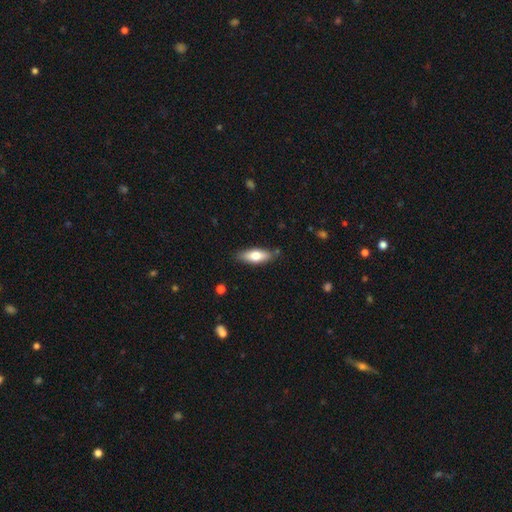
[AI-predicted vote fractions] A smooth galaxy with no disk features (68%) that is in between round and cigar-shaped (65%).

Vote fractions:
- Smooth or featured? smooth: 68% / featured or disk: 26% / star or artifact: 6%
- How rounded? in between: 65% / cigar-shaped: 33% / round: 2%
- Merging? none: 84% / minor disturbance: 12% / major disturbance: 2% / merger: 2%